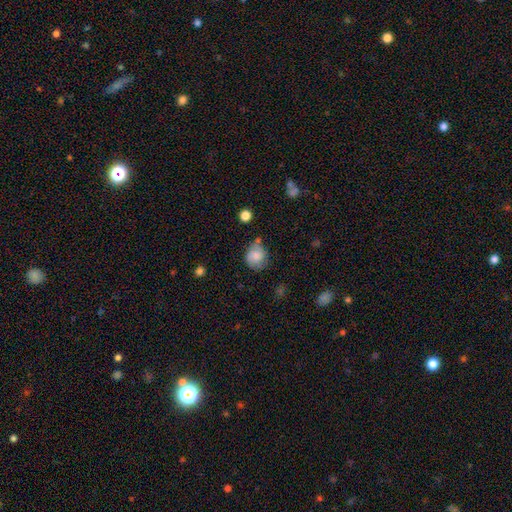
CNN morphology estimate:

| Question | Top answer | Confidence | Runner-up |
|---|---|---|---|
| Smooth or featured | smooth | 76% | featured or disk (15%) |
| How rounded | round | 74% | in between (25%) |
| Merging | none | 58% | minor disturbance (27%) |